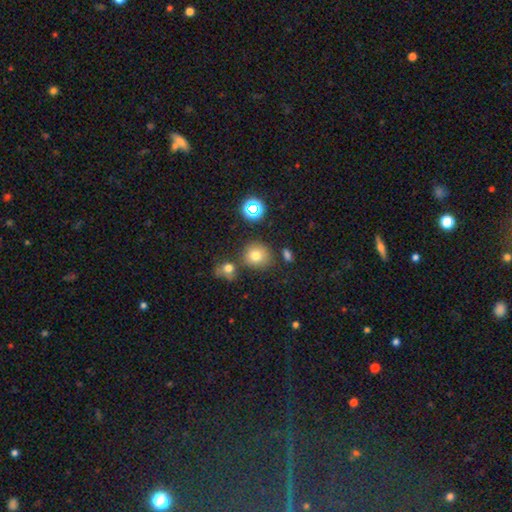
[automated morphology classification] smooth-or-featured: smooth: 74% | star or artifact: 17% | featured or disk: 9%
  how-rounded: round: 87% | in between: 12% | cigar-shaped: 1%
  merging: none: 75% | minor disturbance: 11% | merger: 10% | major disturbance: 4%